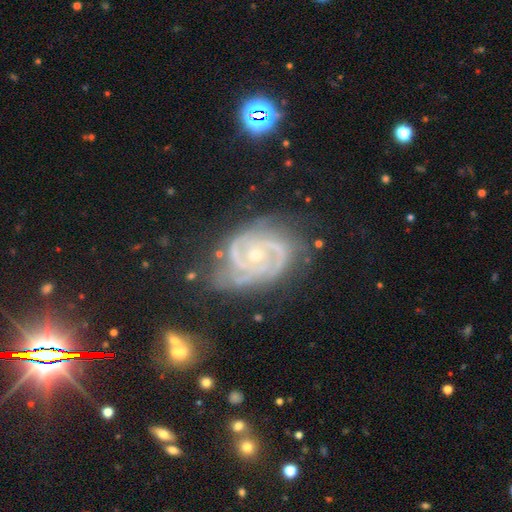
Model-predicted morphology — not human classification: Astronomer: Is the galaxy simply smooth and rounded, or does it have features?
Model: featured or disk — 91%.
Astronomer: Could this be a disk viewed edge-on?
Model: no — 98%.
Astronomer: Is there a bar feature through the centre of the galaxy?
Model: no — 66%.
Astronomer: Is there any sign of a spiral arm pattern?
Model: yes — 98%.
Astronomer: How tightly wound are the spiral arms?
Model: tight — 66%.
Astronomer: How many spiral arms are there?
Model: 2 — 57%.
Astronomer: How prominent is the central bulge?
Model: small — 59% (runner-up: moderate, 37%).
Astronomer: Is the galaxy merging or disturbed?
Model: none — 65%.